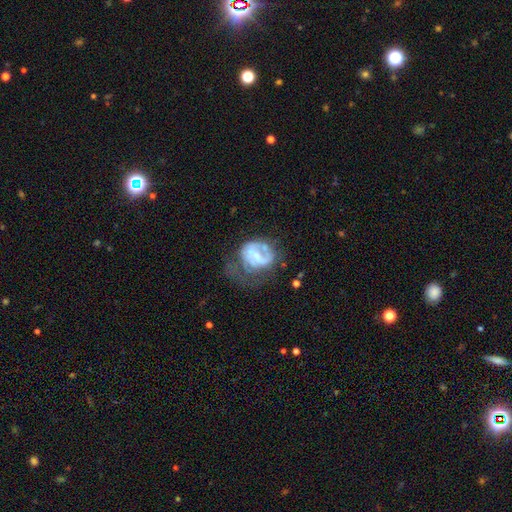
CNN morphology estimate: Smooth or featured? featured or disk (69%)
Edge-on disk? no (98%)
Bar? weak (44%)
Spiral arms? yes (64%)
Bulge size? small (42%)
Merging? major disturbance (44%)